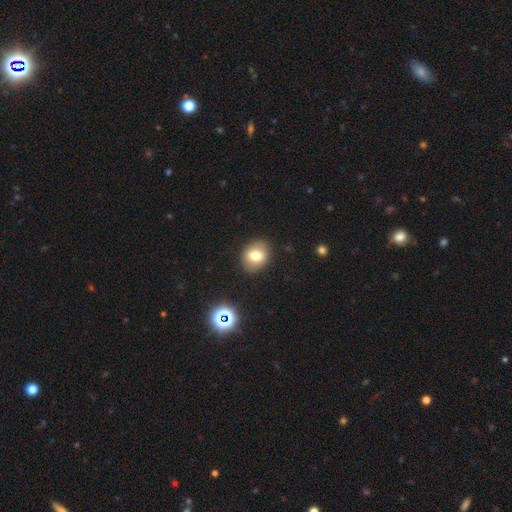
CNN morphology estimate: smooth_or_featured: smooth (p=0.73) [alt: featured or disk p=0.15]
how_rounded: round (p=0.56) [alt: in between p=0.43]
merging: none (p=0.88) [alt: minor disturbance p=0.08]